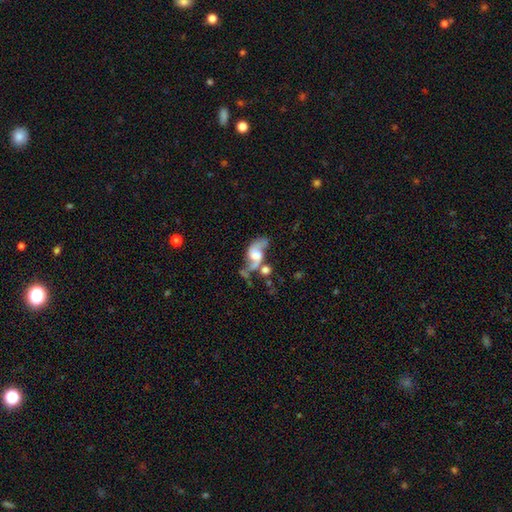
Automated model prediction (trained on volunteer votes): A featured or disk galaxy (78%) with no bar (51%), 2 (89%) loose (67%) spiral arms (91%) and a moderate central bulge (42%). Merging: none (38%).